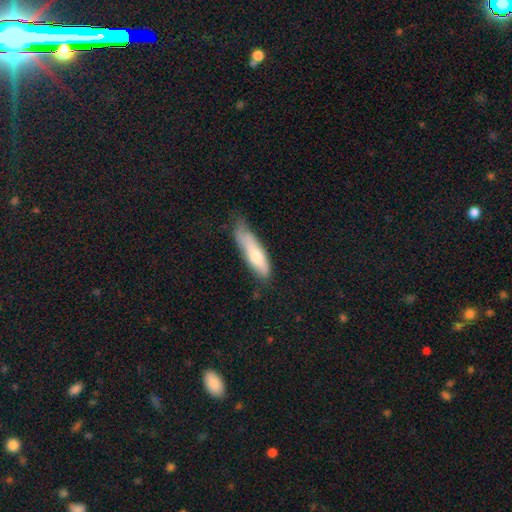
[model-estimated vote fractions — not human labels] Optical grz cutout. It shows a smooth galaxy with no disk features (69%) that is cigar-shaped (64%). Merging: none (42%).